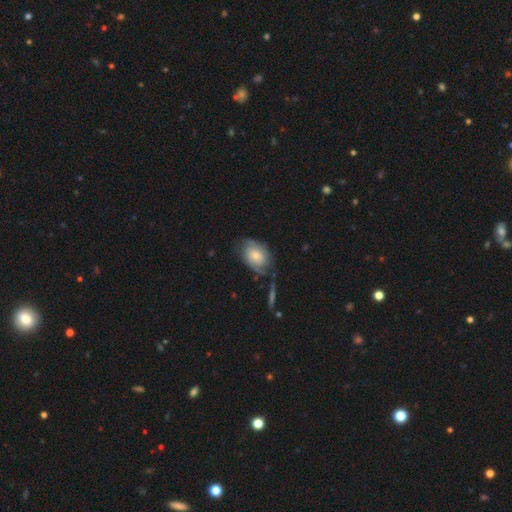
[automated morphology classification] smooth-or-featured: smooth: 47% | featured or disk: 46% | star or artifact: 7%
  merging: none: 61% | minor disturbance: 25% | major disturbance: 11% | merger: 4%